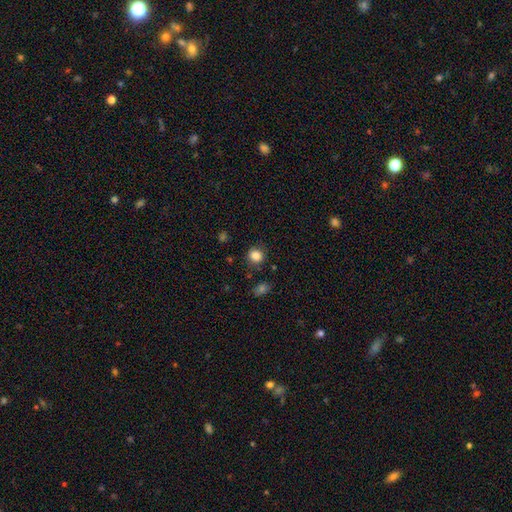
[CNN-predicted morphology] Smooth or featured?
  - smooth: 84% *
  - star or artifact: 11%
  - featured or disk: 5%
How rounded?
  - round: 85% *
  - in between: 14%
  - cigar-shaped: 1%
Merging?
  - none: 84% *
  - minor disturbance: 11%
  - major disturbance: 3%
  - merger: 2%